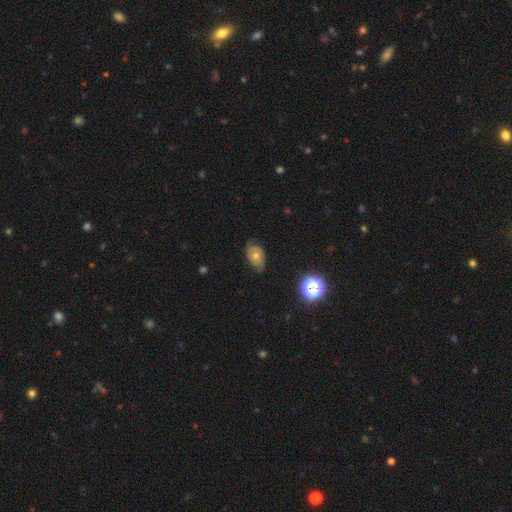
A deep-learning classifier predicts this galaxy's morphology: A featured or disk galaxy (47%). Merging: none (69%).